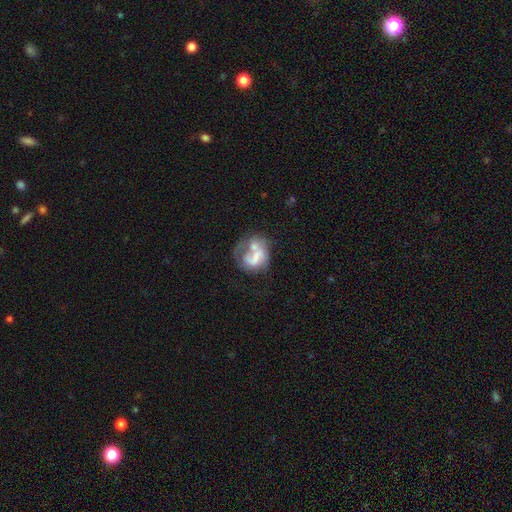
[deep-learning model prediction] This is possibly a featured or disk galaxy (50%). Merging: marginally merger (31%).